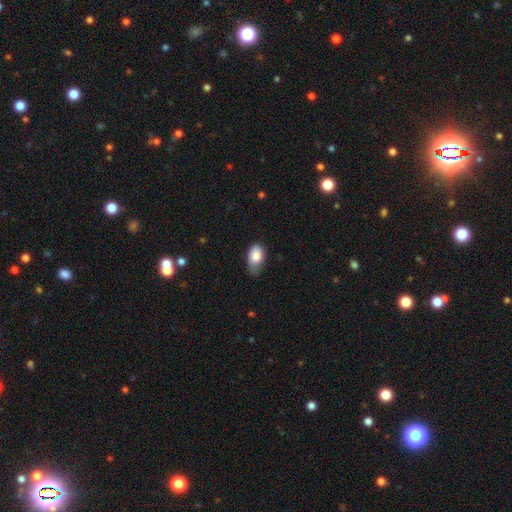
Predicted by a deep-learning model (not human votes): The model was most divided on "merging": minor disturbance: 46%, none: 39%, major disturbance: 13%, merger: 2%. More confident: how rounded — in between (91%); smooth or featured — smooth (84%).